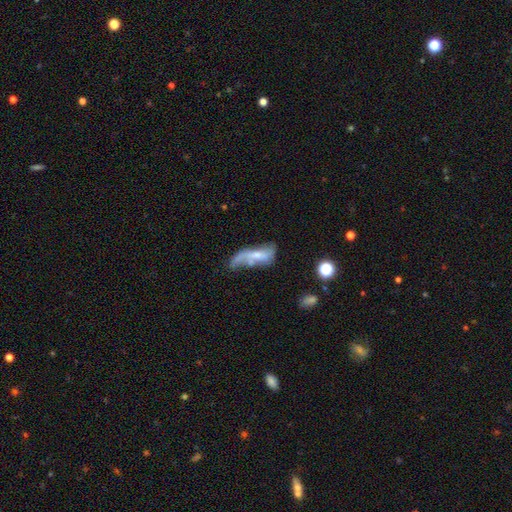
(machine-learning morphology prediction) type=featured or disk (51%); edge-on=no (85%); merging=major disturbance (35%).